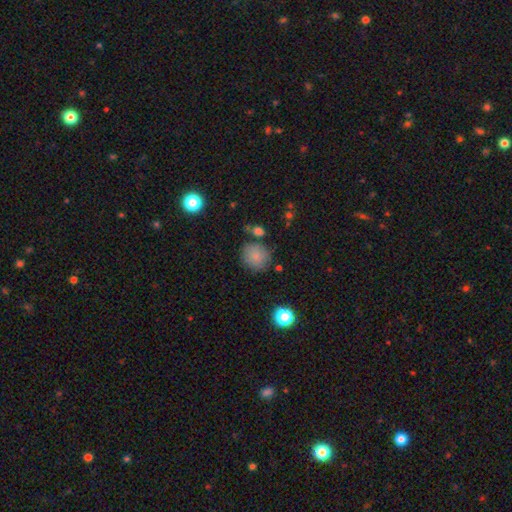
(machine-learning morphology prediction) This is clearly a smooth galaxy (82%). How rounded: clearly round (86%). Merging: likely none (72%).